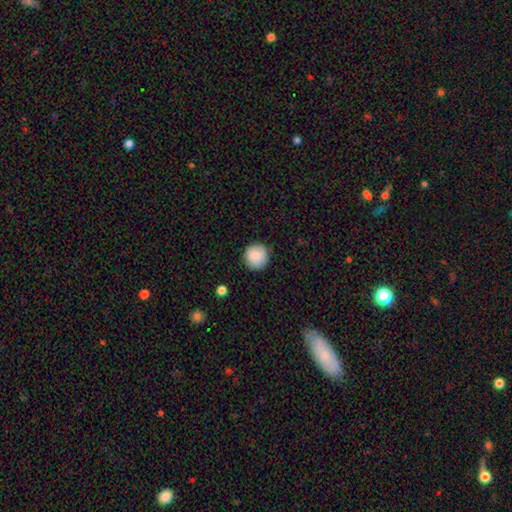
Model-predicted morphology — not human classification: smooth-or-featured: smooth: 88% | star or artifact: 8% | featured or disk: 5%
  how-rounded: round: 94% | in between: 5% | cigar-shaped: 1%
  merging: none: 90% | minor disturbance: 7% | major disturbance: 2% | merger: 1%